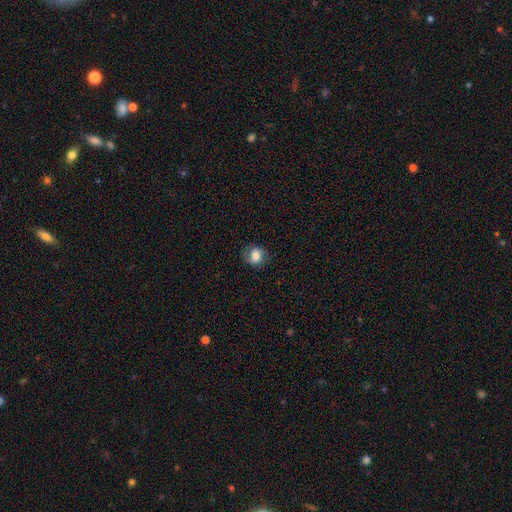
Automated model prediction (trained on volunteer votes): Smooth or featured? smooth (76%)
How rounded? round (58%)
Merging? none (73%)